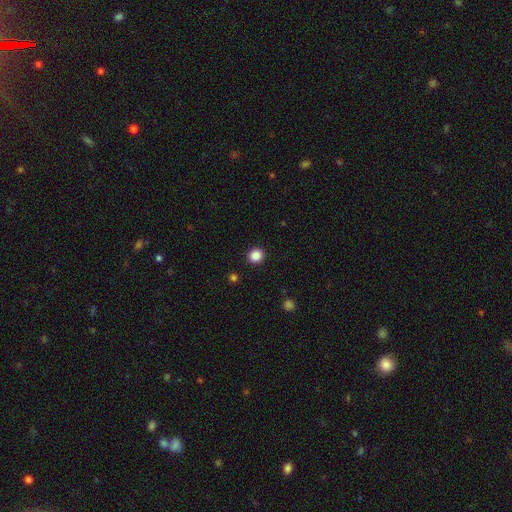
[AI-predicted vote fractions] Smooth or featured?
  - smooth: 86% *
  - star or artifact: 11%
  - featured or disk: 3%
How rounded?
  - round: 89% *
  - in between: 10%
  - cigar-shaped: 1%
Merging?
  - none: 92% *
  - minor disturbance: 5%
  - major disturbance: 2%
  - merger: 1%